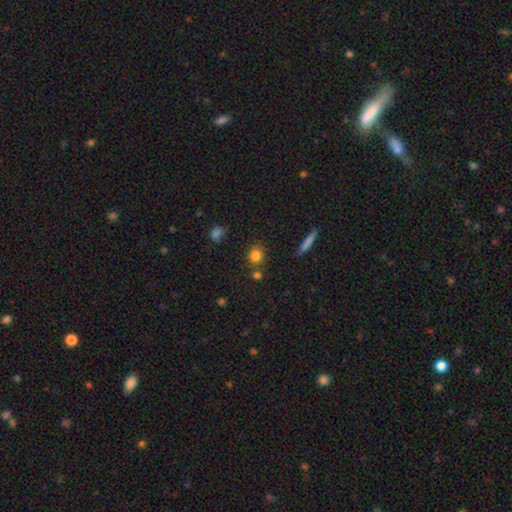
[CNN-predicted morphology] Smooth or featured?
  - smooth: 81% *
  - star or artifact: 11%
  - featured or disk: 7%
How rounded?
  - round: 80% *
  - in between: 18%
  - cigar-shaped: 3%
Merging?
  - none: 76% *
  - merger: 11%
  - minor disturbance: 10%
  - major disturbance: 3%